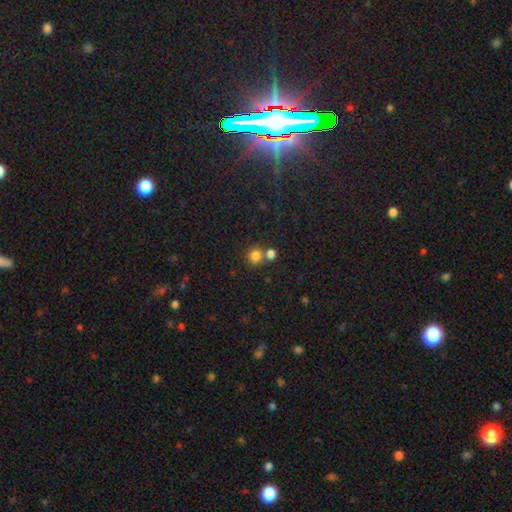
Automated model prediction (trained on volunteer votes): Smooth or featured: smooth — 80% (star or artifact — 13%)
How rounded: round — 84% (in between — 15%)
Merging: none — 57% (merger — 33%)